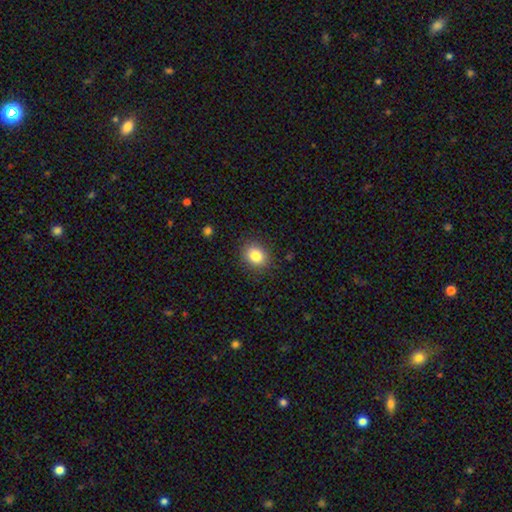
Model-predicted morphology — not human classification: This appears to be a smooth galaxy with no disk features (83%) that is round (61%). Merging: none (88%).